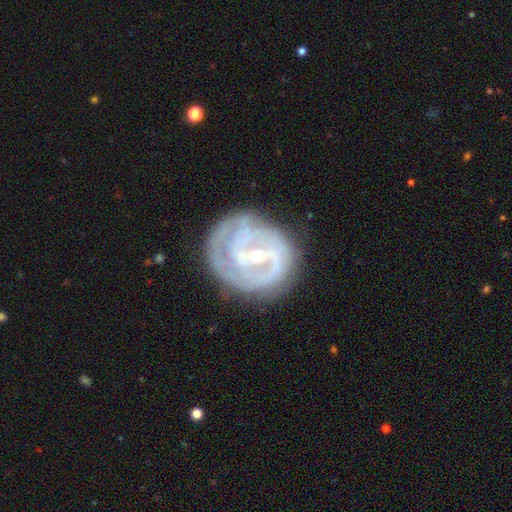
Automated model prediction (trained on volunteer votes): A featured or disk galaxy (83%) with a weak bar (44%), 2 (44%) tight (55%) spiral arms (89%) and a small central bulge (69%). Merging: none (68%).